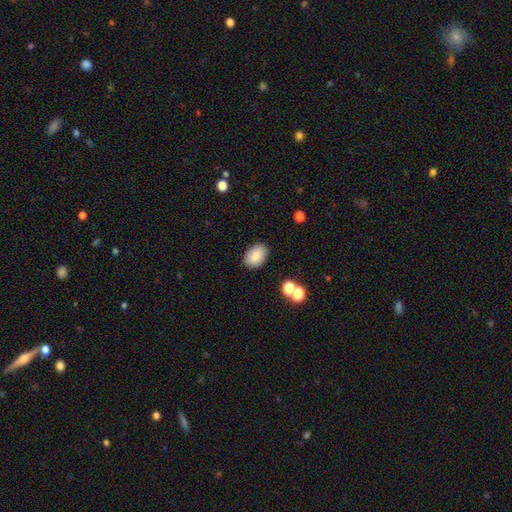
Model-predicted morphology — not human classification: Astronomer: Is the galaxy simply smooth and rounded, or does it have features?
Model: smooth — 86%.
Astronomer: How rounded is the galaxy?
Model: in between — 87%.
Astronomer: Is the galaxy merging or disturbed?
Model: none — 86%.